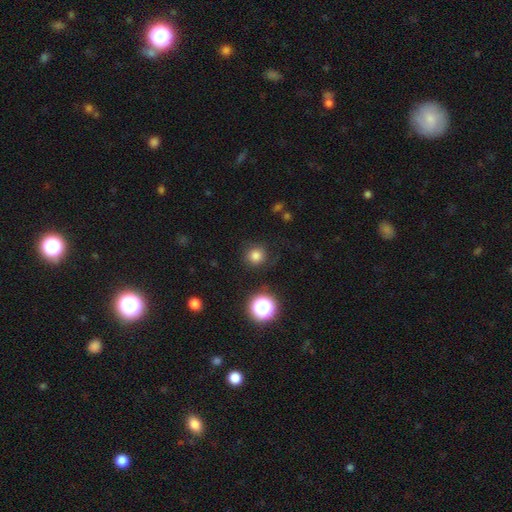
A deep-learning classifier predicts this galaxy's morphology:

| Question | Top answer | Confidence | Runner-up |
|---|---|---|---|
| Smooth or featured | smooth | 79% | star or artifact (16%) |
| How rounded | round | 94% | in between (5%) |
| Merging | none | 85% | minor disturbance (9%) |